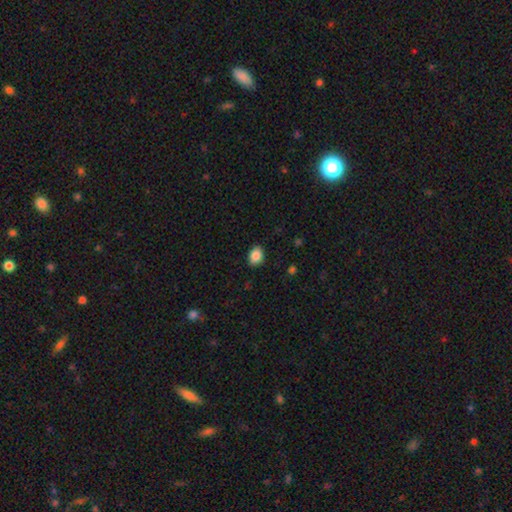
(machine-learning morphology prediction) Smooth or featured? smooth (87%)
How rounded? in between (67%)
Merging? none (87%)